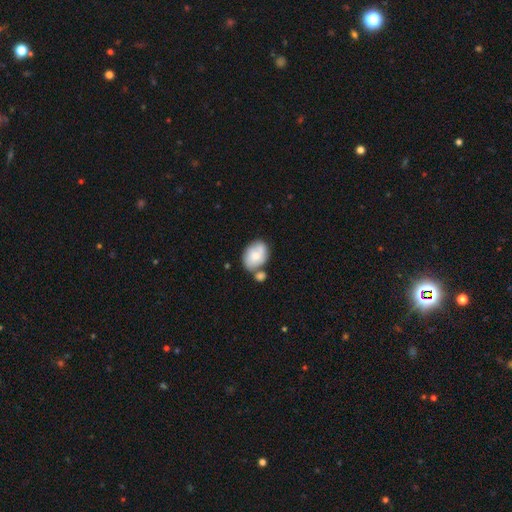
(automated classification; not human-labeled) smooth_or_featured: smooth (p=0.63) [alt: featured or disk p=0.30]
how_rounded: in between (p=0.75) [alt: round p=0.24]
merging: none (p=0.44) [alt: merger p=0.29]